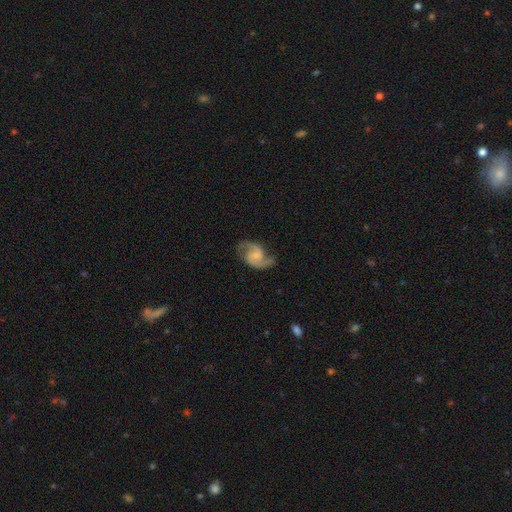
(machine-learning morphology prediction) Smooth or featured? featured or disk (88%)
Edge-on disk? no (98%)
Bar? no (53%)
Spiral arms? yes (98%)
Spiral winding? medium (55%)
Spiral arm count? 2 (93%)
Bulge size? small (45%)
Merging? none (75%)